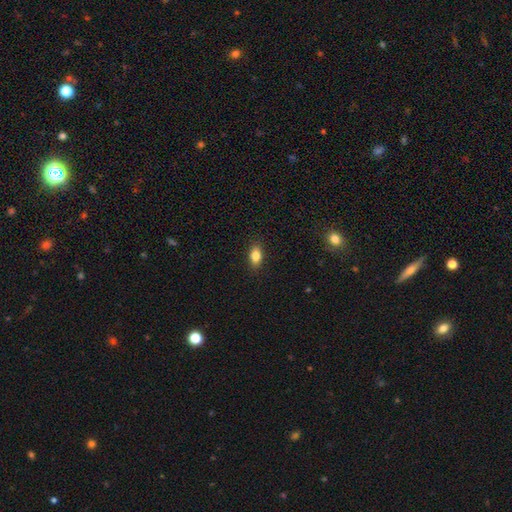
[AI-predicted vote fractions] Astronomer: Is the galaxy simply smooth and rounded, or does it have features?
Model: smooth — 82%.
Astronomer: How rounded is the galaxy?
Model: in between — 85%.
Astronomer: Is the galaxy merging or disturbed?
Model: none — 88%.